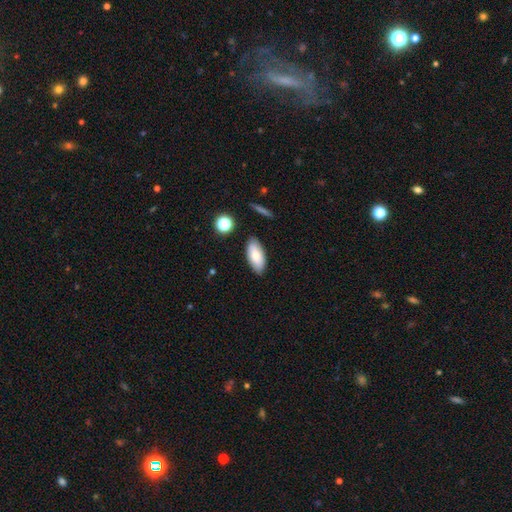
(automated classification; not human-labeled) Overall: smooth (77%). How rounded: in between (89%). Merging: none (85%).